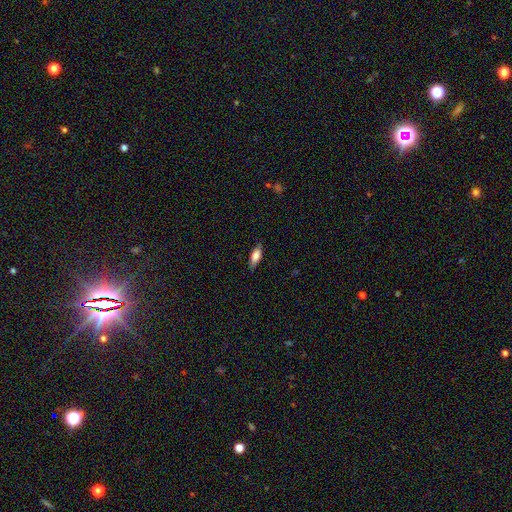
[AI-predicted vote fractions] Overall: smooth (72%). How rounded: in between (66%; cigar-shaped 31%). Merging: none (83%).